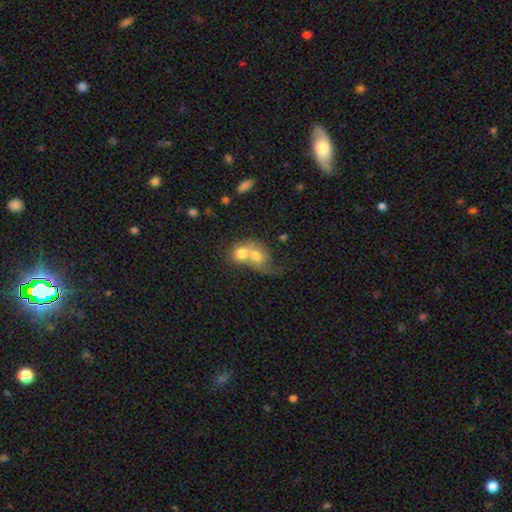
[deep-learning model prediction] This is likely a smooth galaxy (64%). How rounded: possibly round (58%). Merging: likely merger (77%).